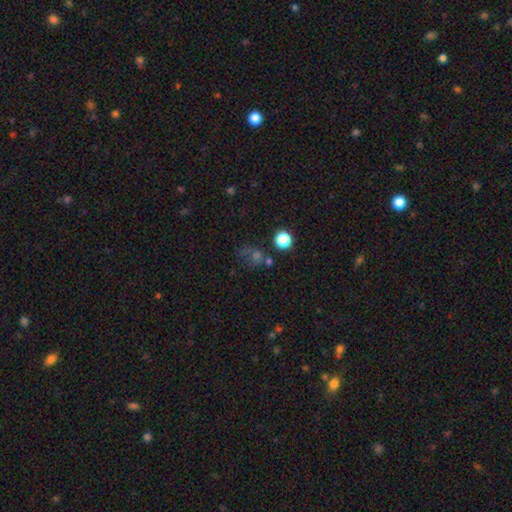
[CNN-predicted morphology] This is possibly a smooth galaxy (49%). Merging: possibly none (53%).